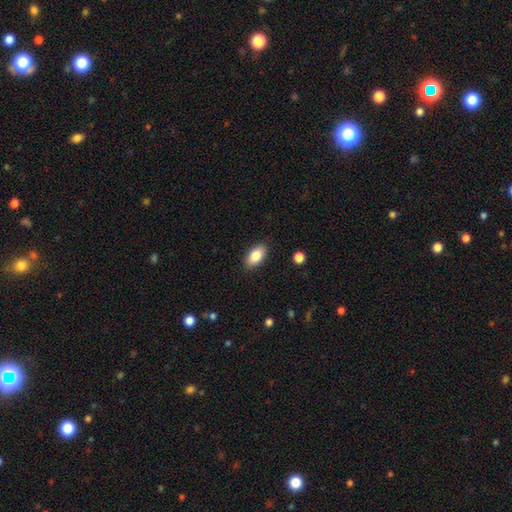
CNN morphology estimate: smooth_or_featured: smooth (p=0.85) [alt: featured or disk p=0.08]
how_rounded: in between (p=0.92) [alt: round p=0.04]
merging: none (p=0.88) [alt: minor disturbance p=0.09]